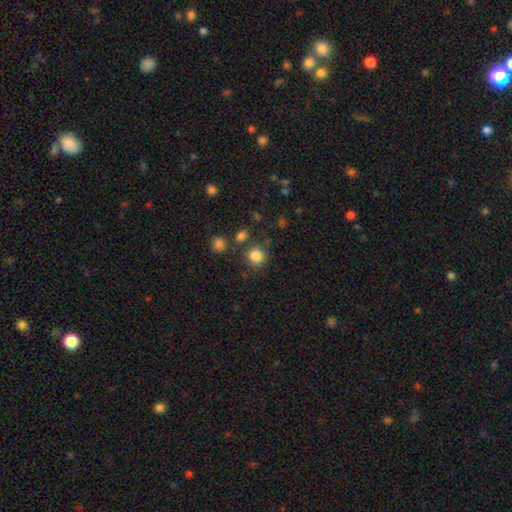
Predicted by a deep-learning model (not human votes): Morphology: type=smooth (84%); roundness=round (89%); merging=none (78%).